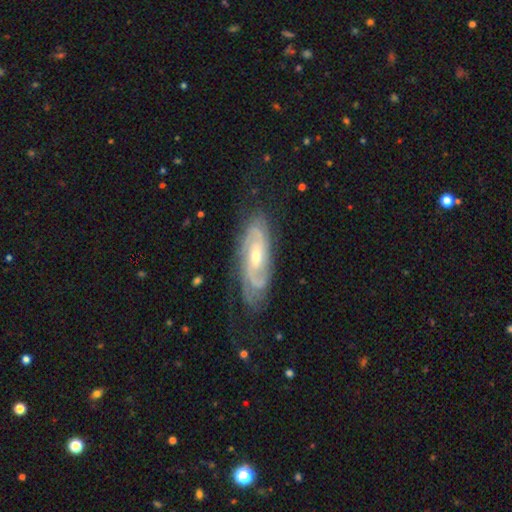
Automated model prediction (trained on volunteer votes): A featured or disk galaxy (87%) with no bar (48%), 2 (51%) tight (57%) spiral arms (97%) and a moderate central bulge (50%). Merging: none (75%).